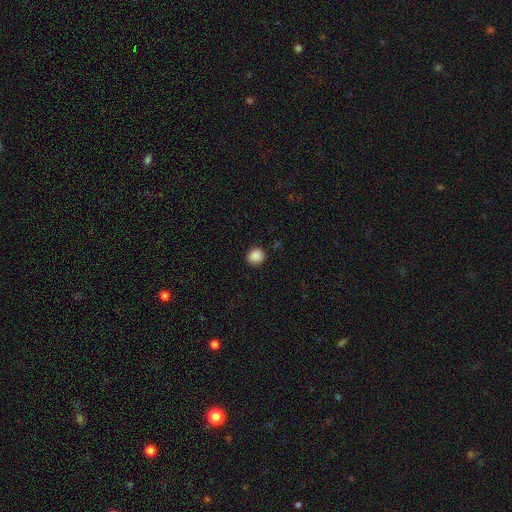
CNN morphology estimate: A smooth galaxy with no disk features (88%) that is round (87%).

Vote fractions:
- Smooth or featured? smooth: 88% / star or artifact: 10% / featured or disk: 3%
- How rounded? round: 87% / in between: 12% / cigar-shaped: 1%
- Merging? none: 89% / minor disturbance: 8% / major disturbance: 2% / merger: 1%